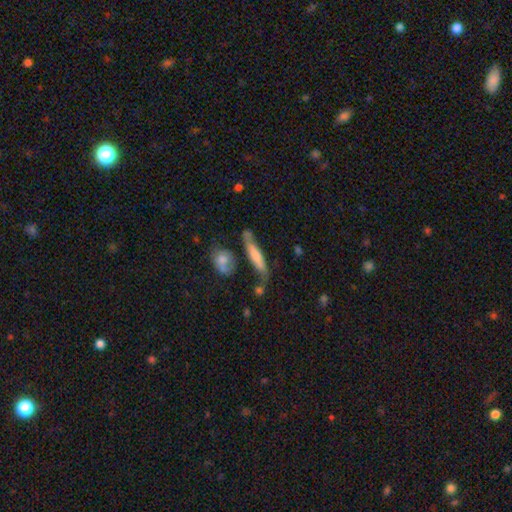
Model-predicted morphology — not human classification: This appears to be a smooth galaxy with no disk features (59%) that is cigar-shaped (77%). Merging: none (49%).